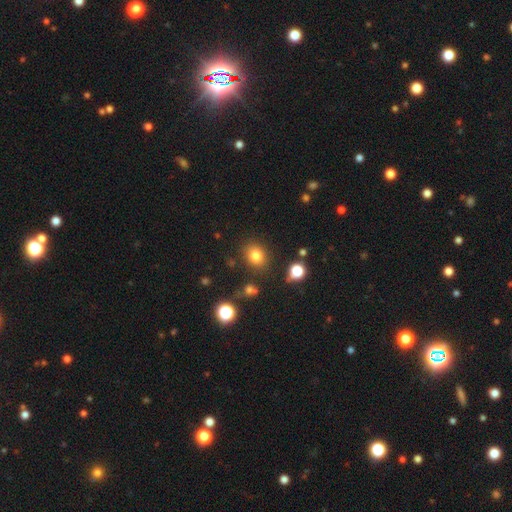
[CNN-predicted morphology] A smooth galaxy with no disk features (79%) that is round (58%). Merging: none (82%).